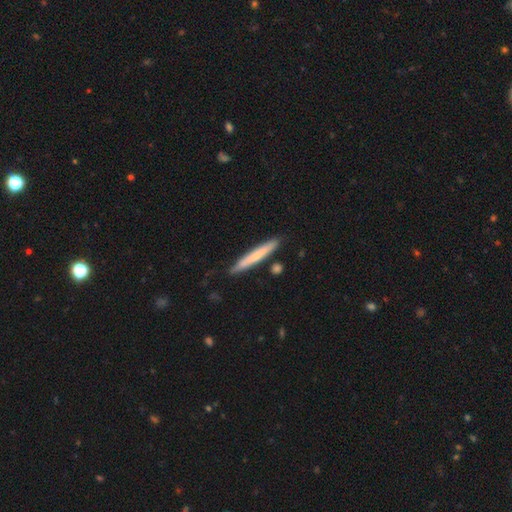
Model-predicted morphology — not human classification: A smooth galaxy with no disk features (63%) that is cigar-shaped (95%). Merging: none (85%).